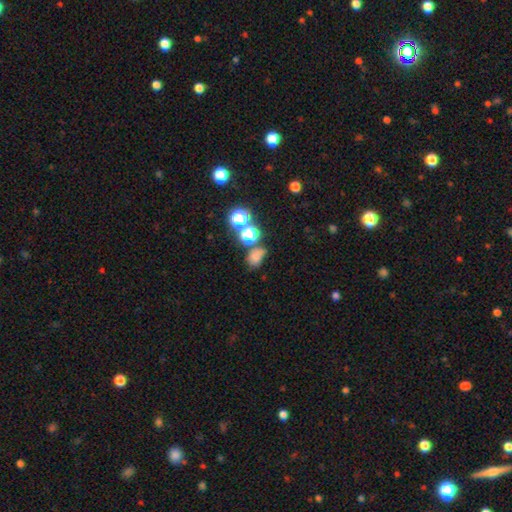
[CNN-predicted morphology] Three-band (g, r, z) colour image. It shows a smooth galaxy with no disk features (62%) that is in between round and cigar-shaped (51%). Merging: none (46%).